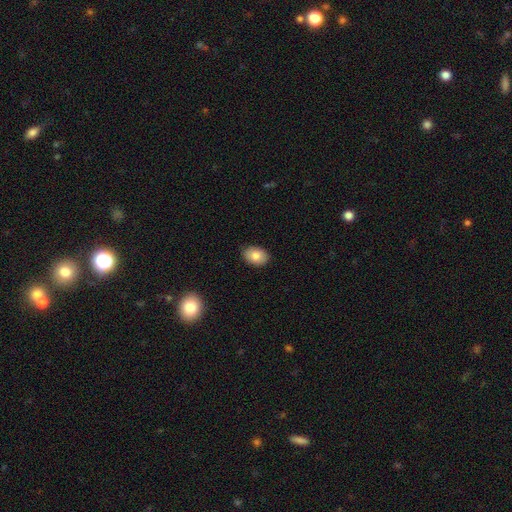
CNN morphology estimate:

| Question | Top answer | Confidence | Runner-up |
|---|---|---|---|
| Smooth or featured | smooth | 81% | featured or disk (11%) |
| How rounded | in between | 77% | round (22%) |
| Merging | none | 89% | minor disturbance (8%) |